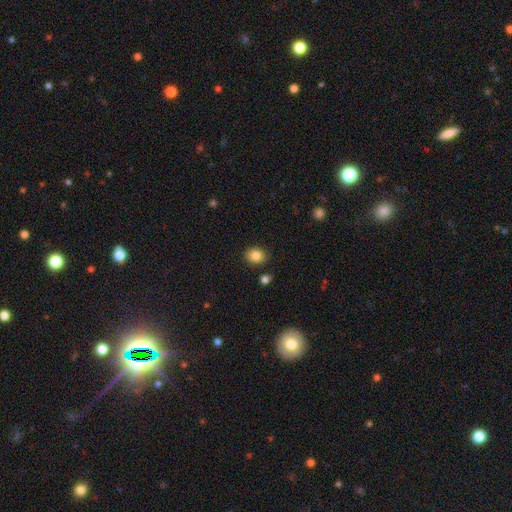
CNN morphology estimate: A smooth galaxy with no disk features (85%) that is round (59%).

Vote fractions:
- Smooth or featured? smooth: 85% / star or artifact: 10% / featured or disk: 6%
- How rounded? round: 59% / in between: 40% / cigar-shaped: 1%
- Merging? none: 86% / minor disturbance: 9% / merger: 3% / major disturbance: 2%